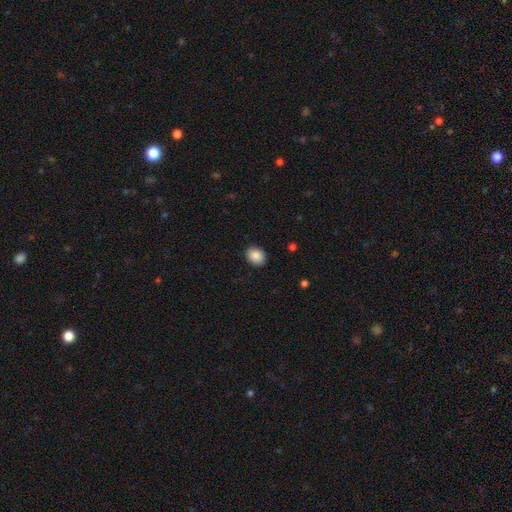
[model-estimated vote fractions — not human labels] Smooth or featured? Predicted: smooth (p=0.88). How rounded? Predicted: round (p=0.53). Merging? Predicted: none (p=0.89).